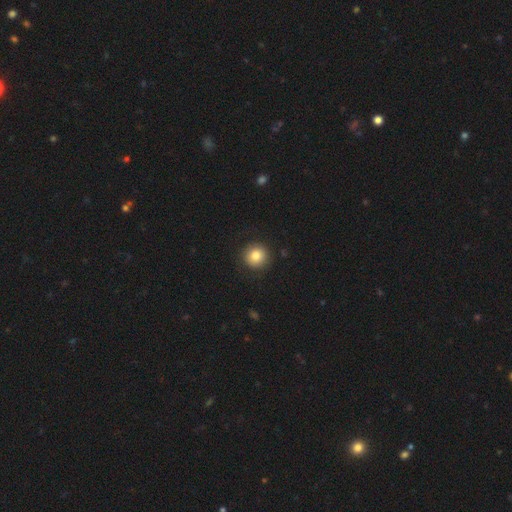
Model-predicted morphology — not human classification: Q: Smooth or featured?
A: smooth (83%); runner-up: star or artifact (10%)
Q: How rounded?
A: round (94%); runner-up: in between (5%)
Q: Merging?
A: none (90%); runner-up: minor disturbance (6%)